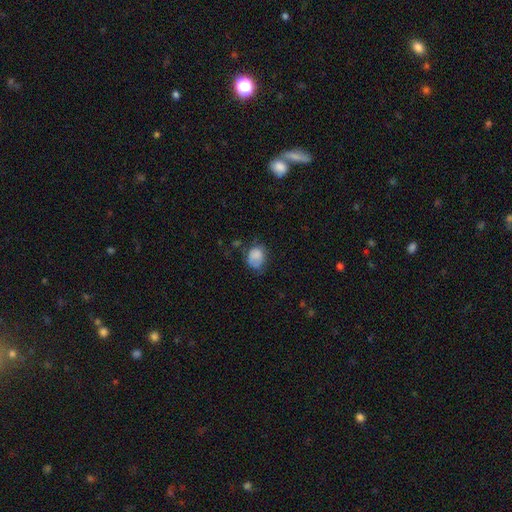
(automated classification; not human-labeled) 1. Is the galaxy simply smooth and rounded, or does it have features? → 79% smooth, 13% featured or disk, 9% star or artifact.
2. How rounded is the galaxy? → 50% round, 49% in between, 1% cigar-shaped.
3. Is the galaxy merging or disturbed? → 47% none, 34% minor disturbance, 16% major disturbance, 3% merger.